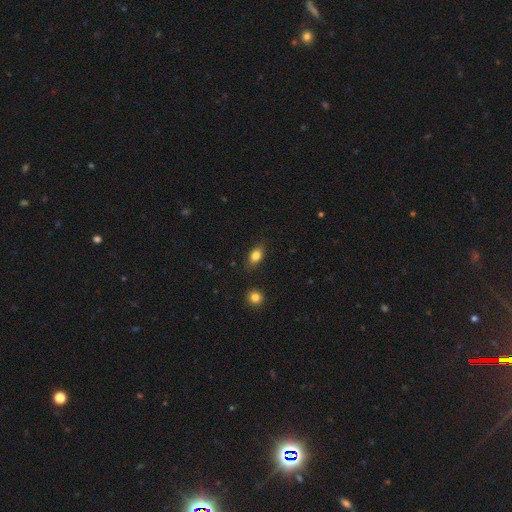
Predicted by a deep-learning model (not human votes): Overall: smooth (82%). How rounded: in between (83%). Merging: none (83%).